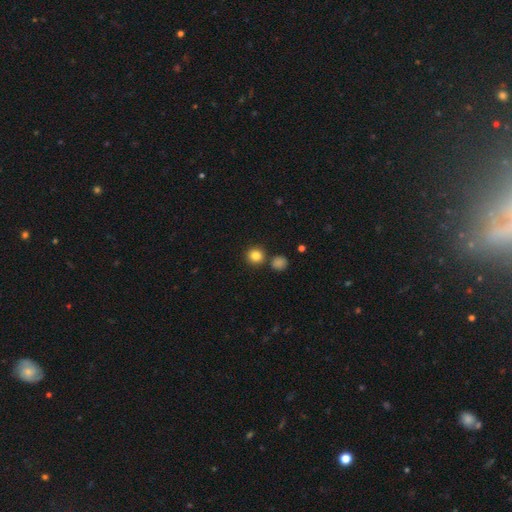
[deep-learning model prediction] Q: Smooth or featured?
A: smooth (84%); runner-up: star or artifact (11%)
Q: How rounded?
A: round (92%); runner-up: in between (7%)
Q: Merging?
A: none (83%); runner-up: merger (8%)